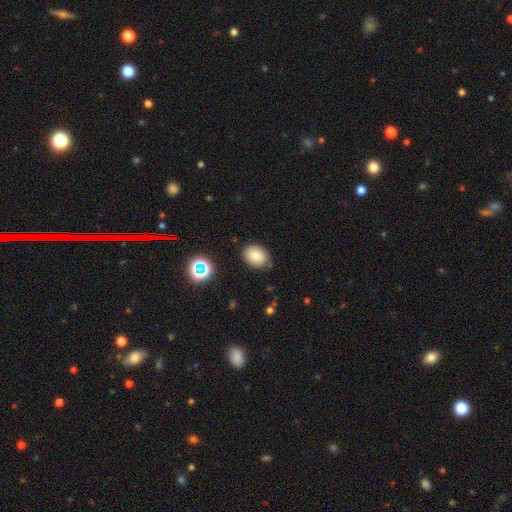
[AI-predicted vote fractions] Smooth or featured: smooth — 80% (star or artifact — 12%)
How rounded: in between — 65% (round — 34%)
Merging: none — 81% (minor disturbance — 14%)